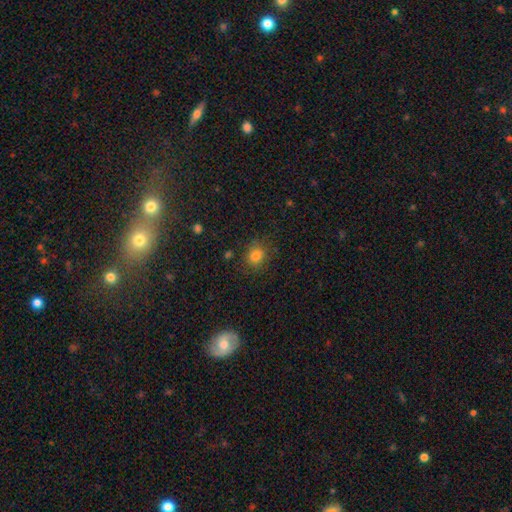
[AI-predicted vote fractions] Overall: smooth (81%). How rounded: round (69%; in between 30%). Merging: none (80%).